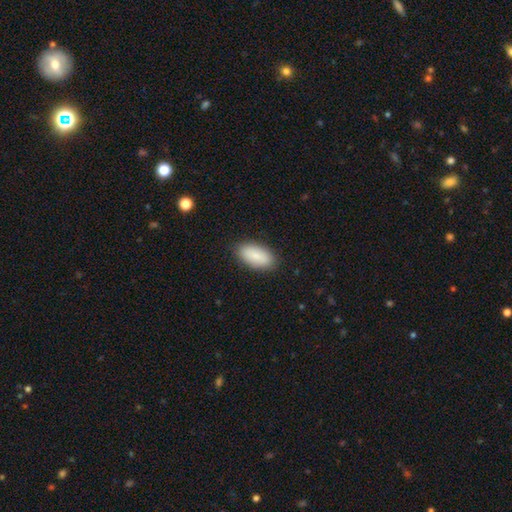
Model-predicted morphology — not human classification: This appears to be a smooth galaxy with no disk features (88%) that is in between round and cigar-shaped (91%). Merging: none (87%).